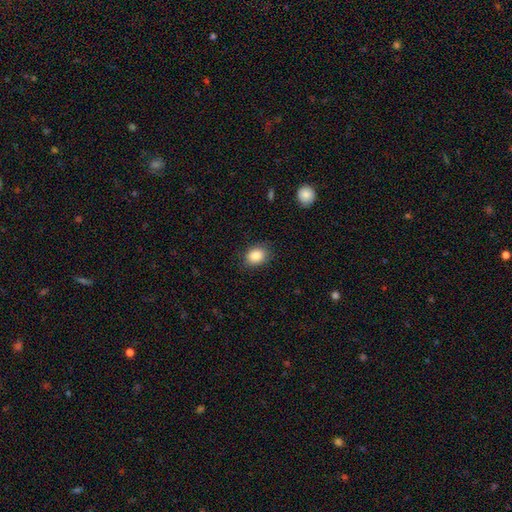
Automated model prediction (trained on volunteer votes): smooth_or_featured: smooth (p=0.87) [alt: star or artifact p=0.08]
how_rounded: in between (p=0.65) [alt: round p=0.34]
merging: none (p=0.81) [alt: minor disturbance p=0.14]